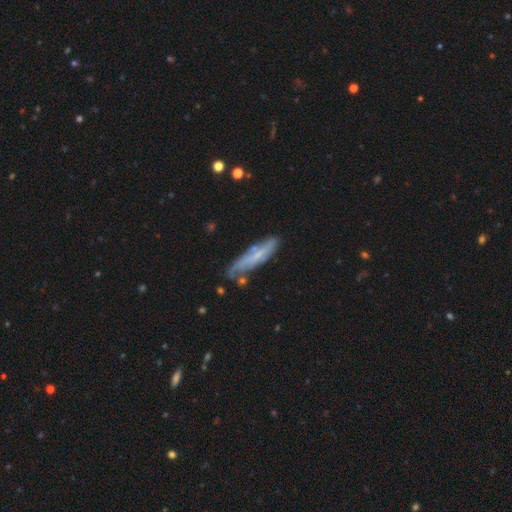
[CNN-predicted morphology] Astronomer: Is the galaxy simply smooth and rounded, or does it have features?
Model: featured or disk — 49% (runner-up: smooth, 44%).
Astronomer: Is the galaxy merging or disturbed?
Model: none — 63%.